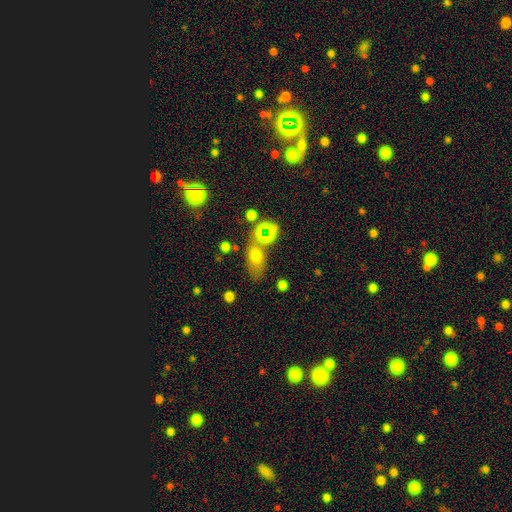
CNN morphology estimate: smooth 66%, star or artifact 19%, featured or disk 15%. Down the decision tree: how rounded — in between (77%); merging — none (52%).